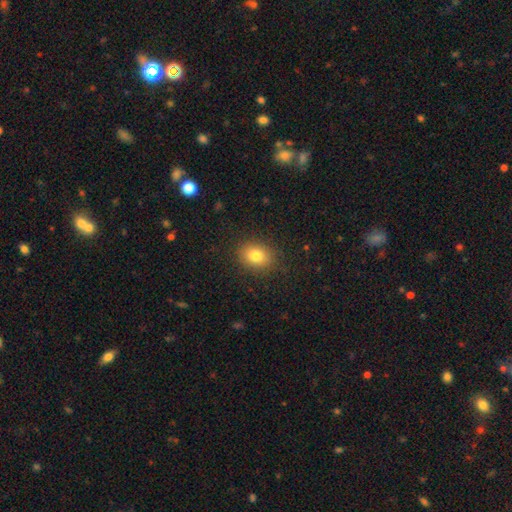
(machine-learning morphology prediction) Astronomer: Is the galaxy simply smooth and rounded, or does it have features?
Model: smooth — 81%.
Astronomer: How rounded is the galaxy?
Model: in between — 63%.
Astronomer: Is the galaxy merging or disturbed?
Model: none — 86%.